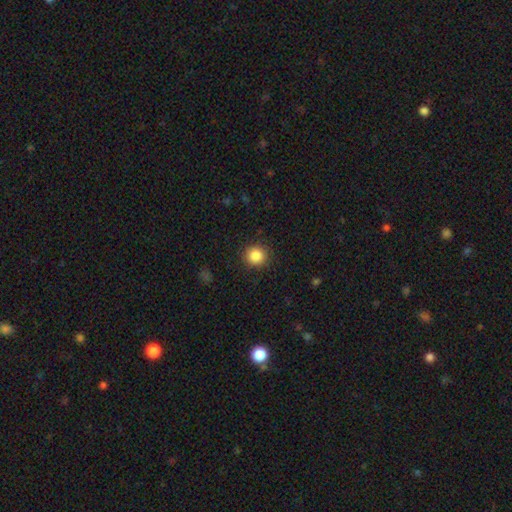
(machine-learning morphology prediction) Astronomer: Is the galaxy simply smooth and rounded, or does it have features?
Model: smooth — 86%.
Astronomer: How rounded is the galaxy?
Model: round — 92%.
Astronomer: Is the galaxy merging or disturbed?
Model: none — 90%.